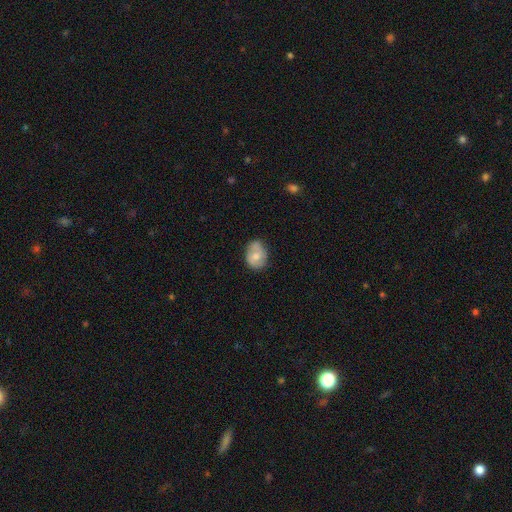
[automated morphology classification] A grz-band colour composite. It shows a smooth galaxy with no disk features (63%) that is in between round and cigar-shaped (62%). Merging: none (59%).